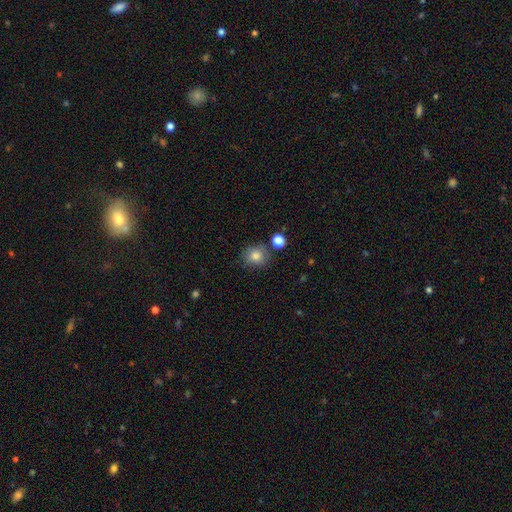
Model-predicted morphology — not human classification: smooth-or-featured: smooth: 82% | star or artifact: 10% | featured or disk: 8%
  how-rounded: round: 82% | in between: 17% | cigar-shaped: 1%
  merging: none: 76% | minor disturbance: 13% | merger: 7% | major disturbance: 4%